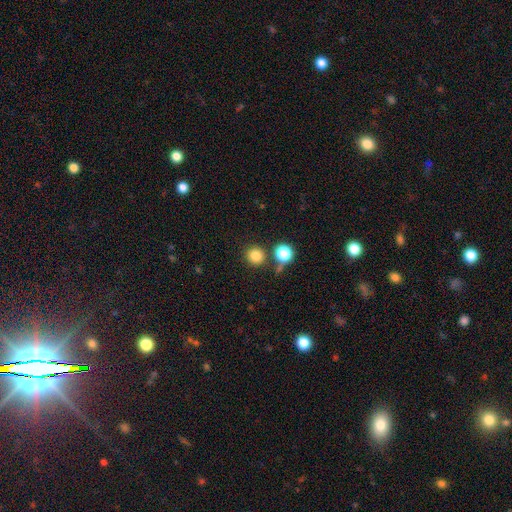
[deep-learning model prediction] A smooth galaxy with no disk features (82%) that is round (92%).

Vote fractions:
- Smooth or featured? smooth: 82% / star or artifact: 13% / featured or disk: 6%
- How rounded? round: 92% / in between: 7% / cigar-shaped: 1%
- Merging? none: 77% / merger: 12% / minor disturbance: 8% / major disturbance: 3%